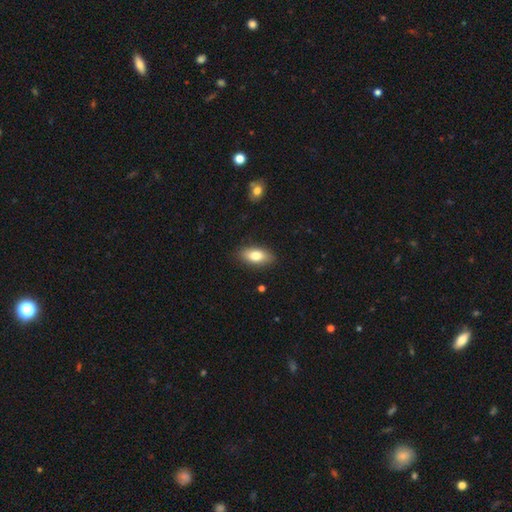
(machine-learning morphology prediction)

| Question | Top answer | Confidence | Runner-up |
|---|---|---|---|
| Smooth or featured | smooth | 78% | featured or disk (15%) |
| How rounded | in between | 88% | cigar-shaped (8%) |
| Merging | none | 87% | minor disturbance (10%) |